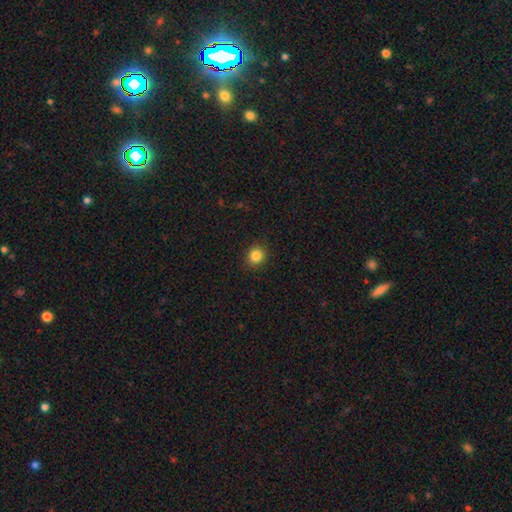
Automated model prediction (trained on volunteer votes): Smooth or featured?
  - smooth: 84% *
  - star or artifact: 11%
  - featured or disk: 4%
How rounded?
  - round: 88% *
  - in between: 11%
  - cigar-shaped: 1%
Merging?
  - none: 91% *
  - minor disturbance: 6%
  - major disturbance: 2%
  - merger: 1%